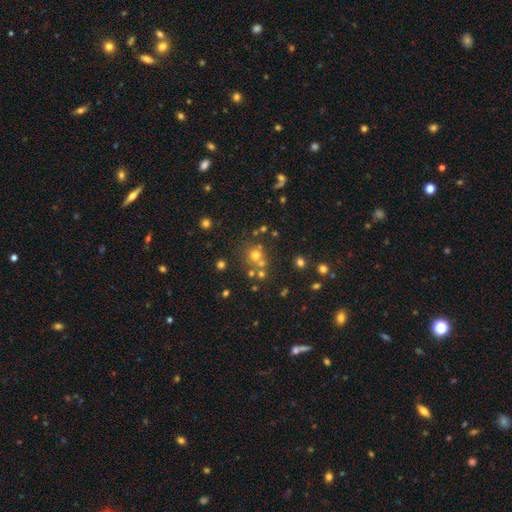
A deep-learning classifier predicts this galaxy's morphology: A smooth galaxy with no disk features (60%) that is round (87%). Merging: none (61%).